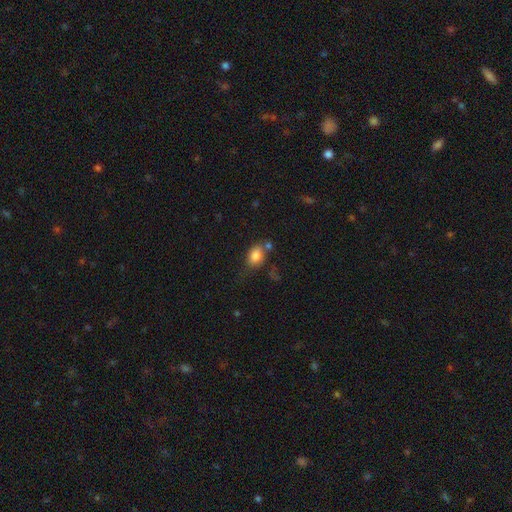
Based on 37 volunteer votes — This appears to be a smooth galaxy with no disk features (92%) that is in between round and cigar-shaped (74%). Merging: none (50%).